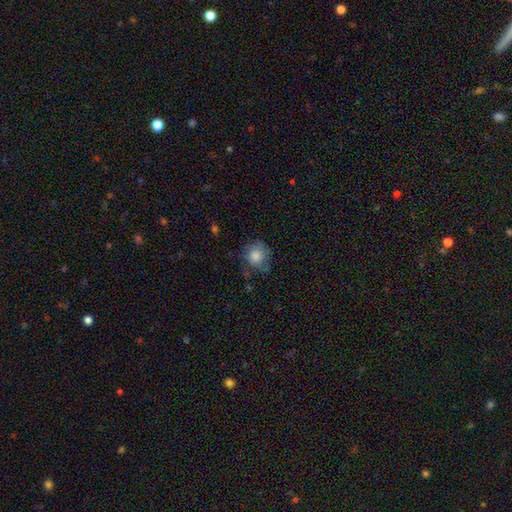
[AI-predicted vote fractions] Smooth or featured? smooth (68%)
How rounded? round (86%)
Merging? none (61%)